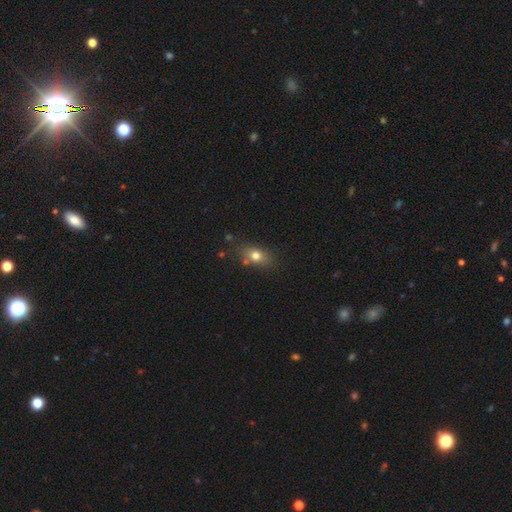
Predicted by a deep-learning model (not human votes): Smooth or featured? smooth (74%)
How rounded? in between (69%)
Merging? none (73%)